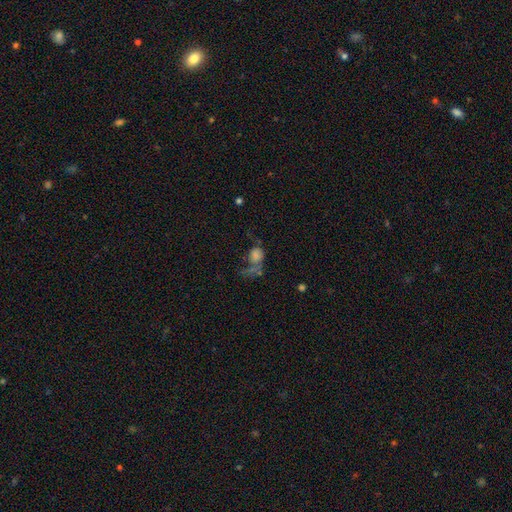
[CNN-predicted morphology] Smooth or featured? Predicted: smooth (p=0.50). Merging? Predicted: major disturbance (p=0.37).